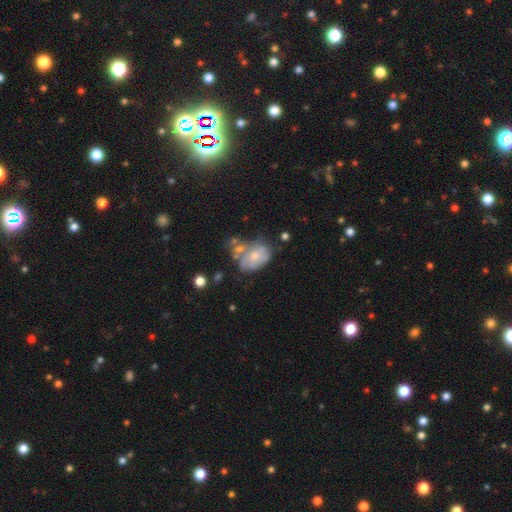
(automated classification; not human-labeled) A smooth galaxy with no disk features (52%) that is in between round and cigar-shaped (79%).

Vote fractions:
- Smooth or featured? smooth: 52% / featured or disk: 40% / star or artifact: 8%
- How rounded? in between: 79% / round: 20% / cigar-shaped: 1%
- Merging? none: 28% (tied) / merger: 28% (tied) / minor disturbance: 26% / major disturbance: 19%